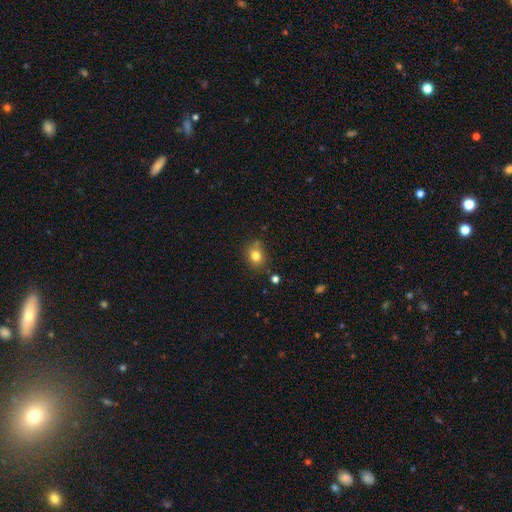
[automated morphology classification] type=smooth (80%); roundness=round (61%); merging=none (72%).